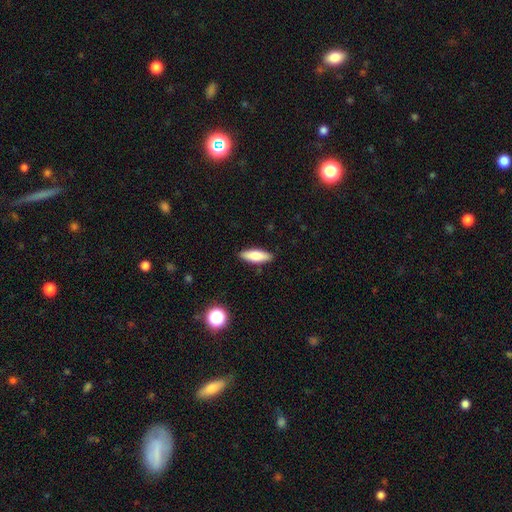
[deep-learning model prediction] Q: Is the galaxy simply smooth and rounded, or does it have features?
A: smooth — 76%.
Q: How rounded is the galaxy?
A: in between — 59%.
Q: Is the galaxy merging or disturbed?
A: none — 88%.